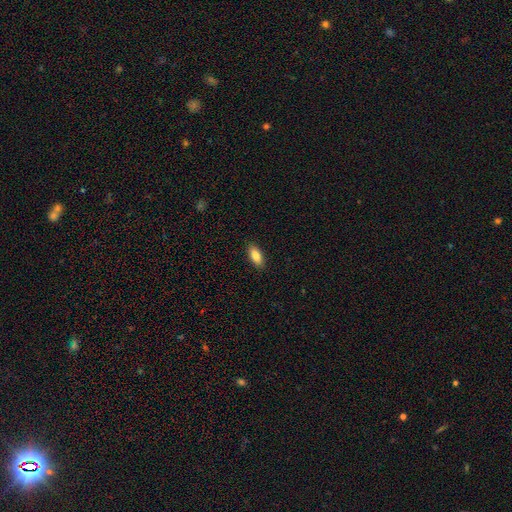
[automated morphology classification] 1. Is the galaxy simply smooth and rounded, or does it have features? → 84% smooth, 9% featured or disk, 7% star or artifact.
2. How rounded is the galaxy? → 87% in between, 10% cigar-shaped, 3% round.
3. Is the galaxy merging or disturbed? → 90% none, 8% minor disturbance, 2% major disturbance, 1% merger.